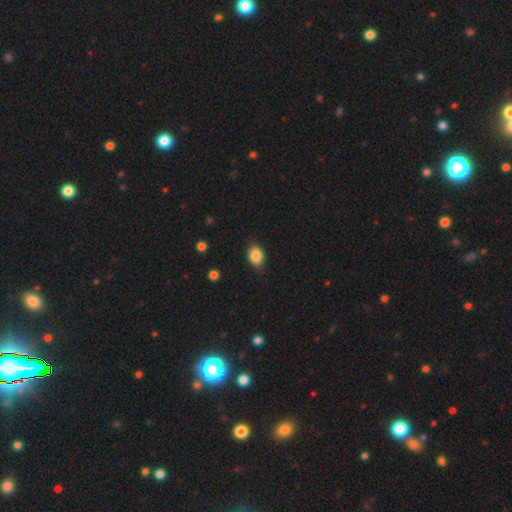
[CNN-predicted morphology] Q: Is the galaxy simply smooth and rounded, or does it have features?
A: smooth — 86%.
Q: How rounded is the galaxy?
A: in between — 78%.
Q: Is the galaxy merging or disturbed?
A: none — 76%.